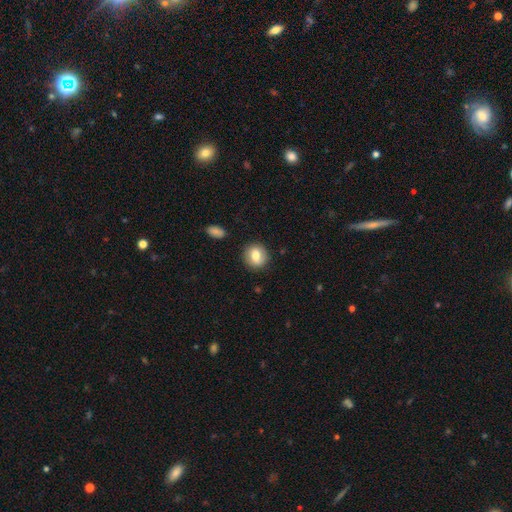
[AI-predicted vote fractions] This is likely a smooth galaxy (72%). How rounded: clearly round (82%). Merging: clearly none (86%).